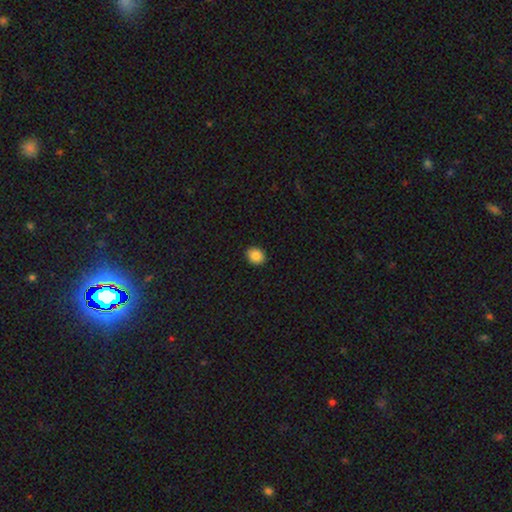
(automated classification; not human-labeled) smooth 86%, star or artifact 9%, featured or disk 5%. Down the decision tree: how rounded — round (54%); merging — none (91%).